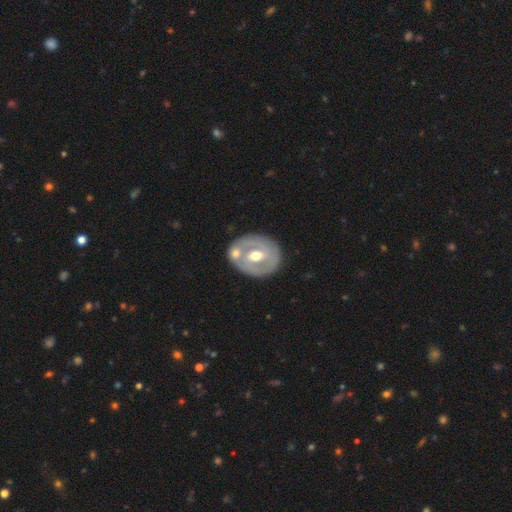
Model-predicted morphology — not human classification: featured or disk 64%, smooth 30%, star or artifact 5%. Down the decision tree: edge-on disk — no (95%); bar — weak (40%, tied with no); spiral arms — no (65%); bulge size — moderate (77%); merging — none (60%).